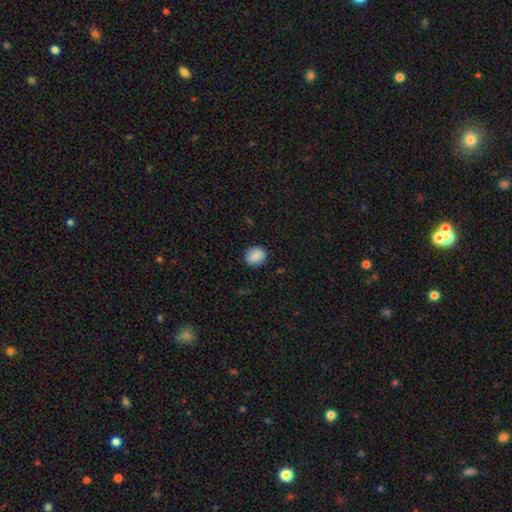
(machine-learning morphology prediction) The model was most divided on "how rounded": round: 70%, in between: 29%, cigar-shaped: 1%. More confident: smooth or featured — smooth (89%); merging — none (88%).